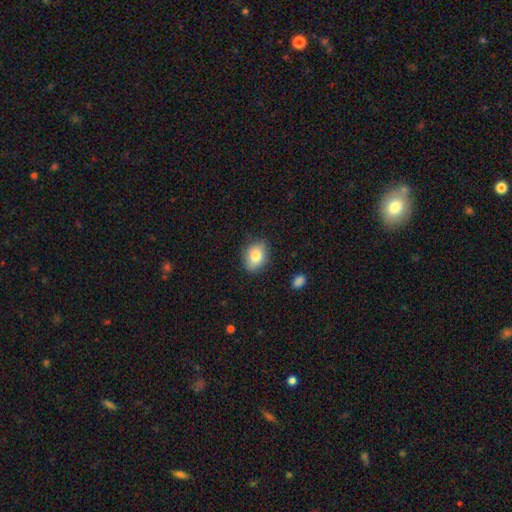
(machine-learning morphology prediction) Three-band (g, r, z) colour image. It shows a smooth galaxy with no disk features (82%) that is in between round and cigar-shaped (68%). Merging: none (82%).